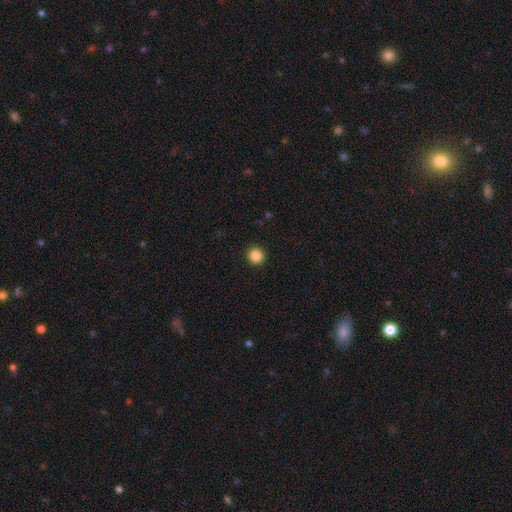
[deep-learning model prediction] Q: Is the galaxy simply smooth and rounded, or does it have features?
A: smooth — 86%.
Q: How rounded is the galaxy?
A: round — 93%.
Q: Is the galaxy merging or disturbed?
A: none — 93%.